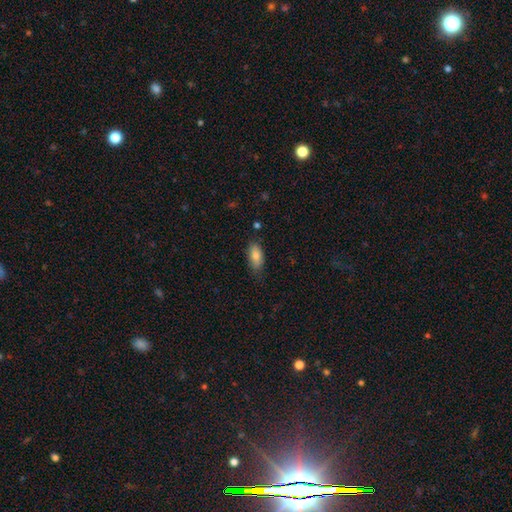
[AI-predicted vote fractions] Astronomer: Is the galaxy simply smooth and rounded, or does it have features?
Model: smooth — 83%.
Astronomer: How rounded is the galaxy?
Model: in between — 88%.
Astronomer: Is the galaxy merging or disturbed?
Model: none — 74%.